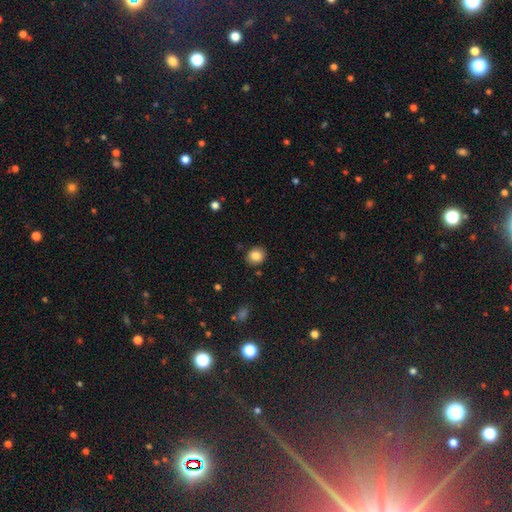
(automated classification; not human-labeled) smooth-or-featured: smooth: 85% | star or artifact: 10% | featured or disk: 5%
  how-rounded: round: 77% | in between: 22% | cigar-shaped: 1%
  merging: none: 88% | minor disturbance: 8% | major disturbance: 2% | merger: 2%